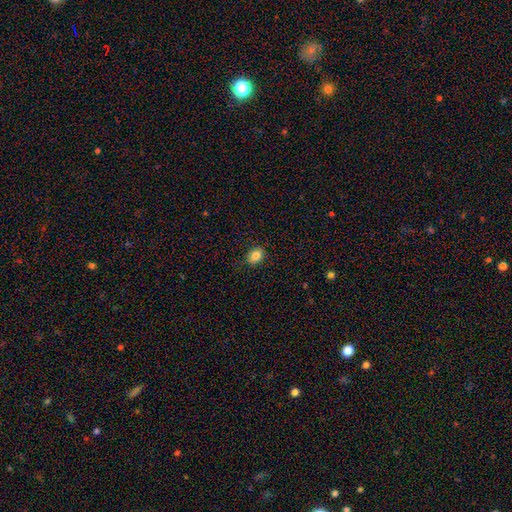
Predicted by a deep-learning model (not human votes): smooth_or_featured: smooth (p=0.85) [alt: star or artifact p=0.10]
how_rounded: in between (p=0.64) [alt: round p=0.35]
merging: none (p=0.85) [alt: minor disturbance p=0.11]